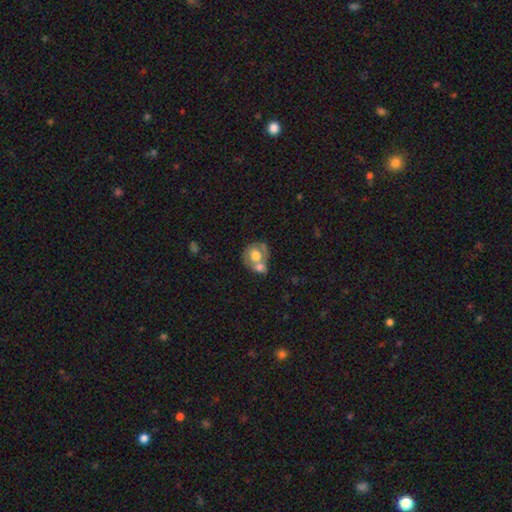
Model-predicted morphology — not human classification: Smooth or featured?
  - smooth: 56% *
  - featured or disk: 37%
  - star or artifact: 7%
How rounded?
  - round: 69% *
  - in between: 30%
  - cigar-shaped: 1%
Merging?
  - merger: 58% *
  - none: 27%
  - minor disturbance: 10%
  - major disturbance: 6%